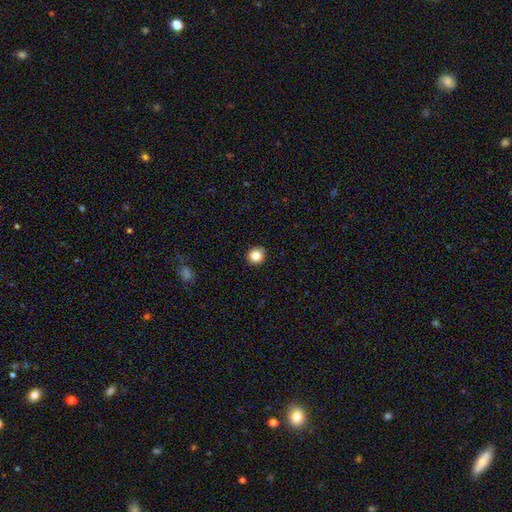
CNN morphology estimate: This is clearly a smooth galaxy (84%). How rounded: clearly round (94%). Merging: clearly none (92%).